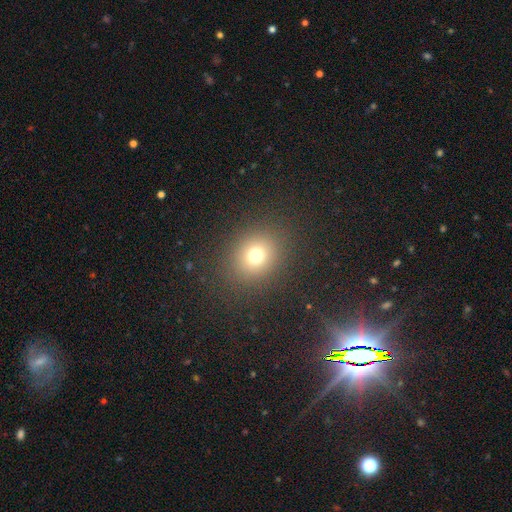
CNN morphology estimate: Smooth or featured: smooth — 73% (star or artifact — 18%)
How rounded: round — 73% (in between — 26%)
Merging: none — 87% (minor disturbance — 7%)